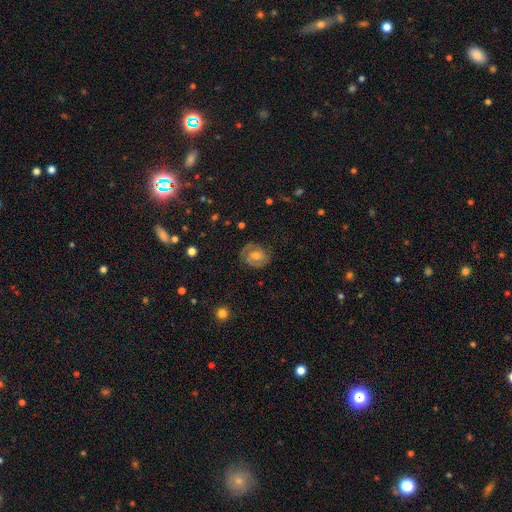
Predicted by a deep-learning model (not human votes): This appears to be a featured or disk galaxy (68%) with no bar (48%), 2 (66%) tight (56%) spiral arms (88%) and a moderate central bulge (56%). Merging: none (75%).